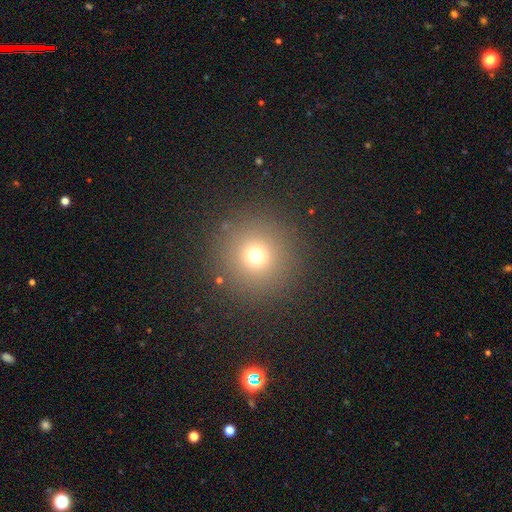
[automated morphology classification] smooth_or_featured: smooth (p=0.69) [alt: star or artifact p=0.22]
how_rounded: round (p=0.96) [alt: in between p=0.03]
merging: none (p=0.89) [alt: minor disturbance p=0.06]